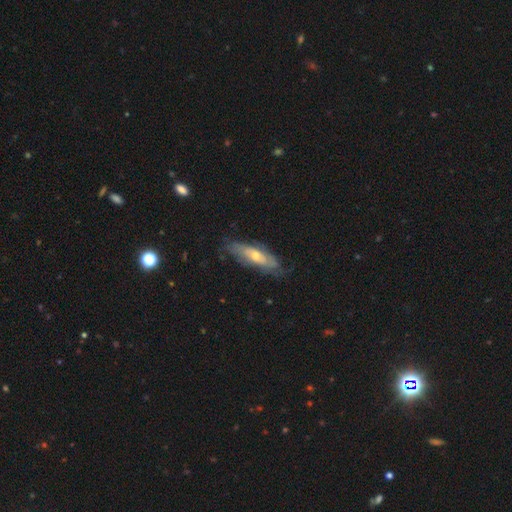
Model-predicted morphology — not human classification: Smooth or featured?
  - featured or disk: 59% *
  - smooth: 35%
  - star or artifact: 6%
Edge-on disk?
  - no: 61% *
  - yes: 39%
Merging?
  - none: 71% *
  - minor disturbance: 22%
  - major disturbance: 6%
  - merger: 1%